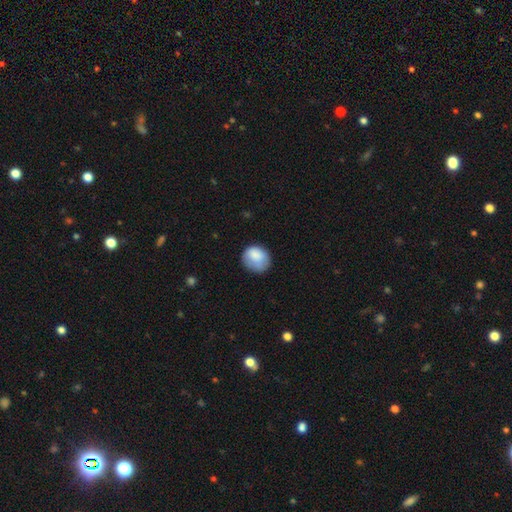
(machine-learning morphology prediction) Q: Smooth or featured?
A: smooth (82%); runner-up: featured or disk (10%)
Q: How rounded?
A: round (68%); runner-up: in between (31%)
Q: Merging?
A: none (63%); runner-up: minor disturbance (26%)